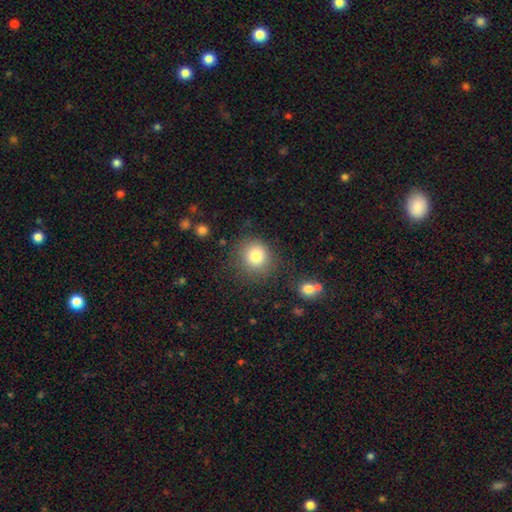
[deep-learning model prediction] Smooth or featured? smooth (81%)
How rounded? round (86%)
Merging? none (82%)